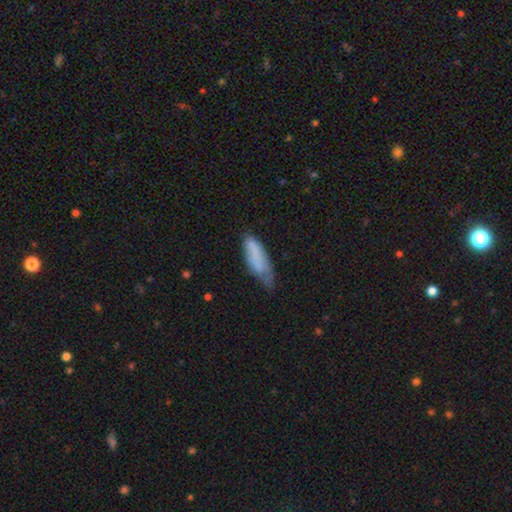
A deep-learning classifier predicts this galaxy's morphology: Q: Smooth or featured?
A: smooth (73%); runner-up: featured or disk (19%)
Q: How rounded?
A: in between (53%); runner-up: cigar-shaped (45%)
Q: Merging?
A: minor disturbance (41%); runner-up: none (40%)